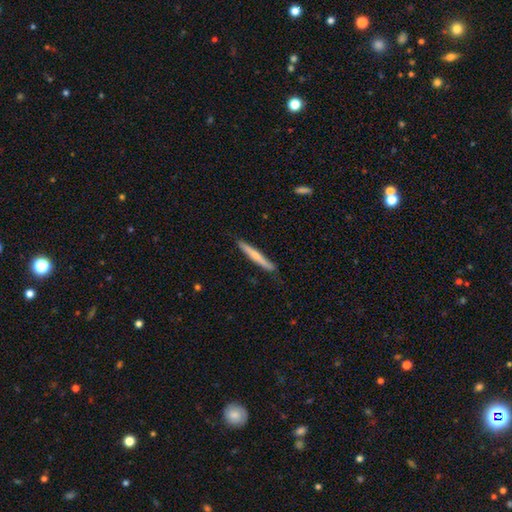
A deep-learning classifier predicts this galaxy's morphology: type=smooth (55%); roundness=cigar-shaped (96%); merging=none (86%).